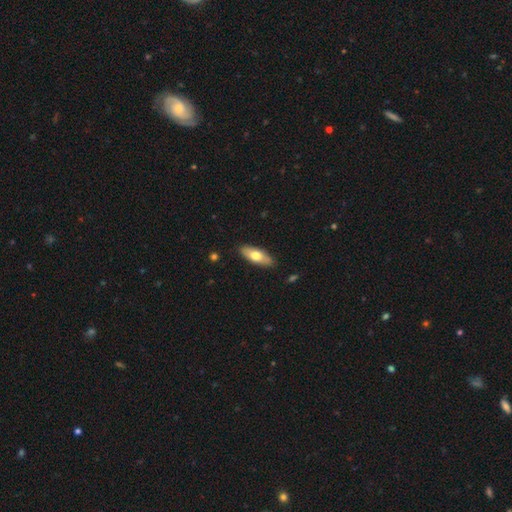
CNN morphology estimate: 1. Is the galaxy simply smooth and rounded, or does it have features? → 65% smooth, 29% featured or disk, 5% star or artifact.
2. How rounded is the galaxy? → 72% in between, 26% cigar-shaped, 2% round.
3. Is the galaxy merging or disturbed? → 87% none, 10% minor disturbance, 2% major disturbance, 1% merger.